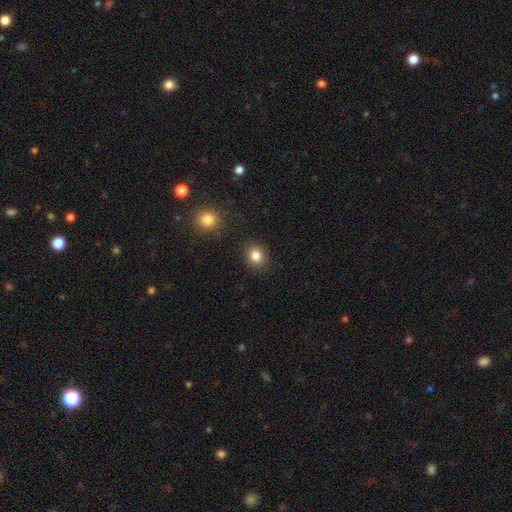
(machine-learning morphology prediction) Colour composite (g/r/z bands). It shows a smooth galaxy with no disk features (83%) that is round (65%). Merging: none (87%).